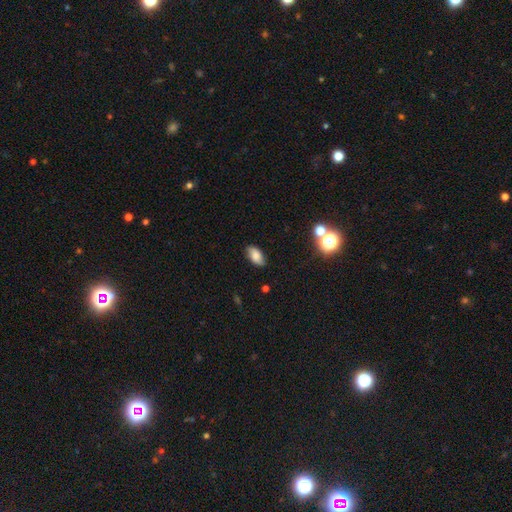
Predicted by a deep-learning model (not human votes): Smooth or featured: smooth — 78% (featured or disk — 13%)
How rounded: in between — 92% (round — 4%)
Merging: none — 82% (minor disturbance — 13%)